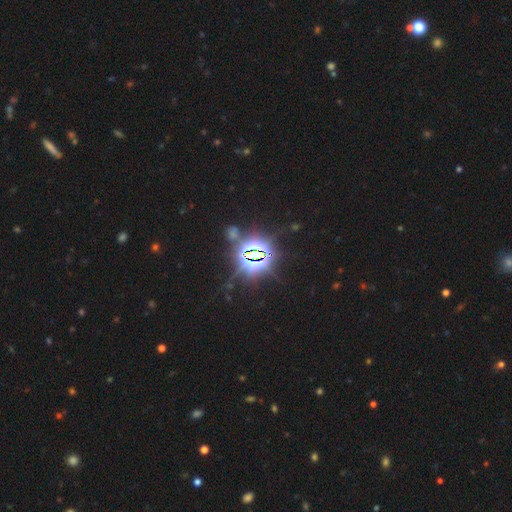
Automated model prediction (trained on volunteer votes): smooth-or-featured: star or artifact: 84% | smooth: 9% | featured or disk: 7%